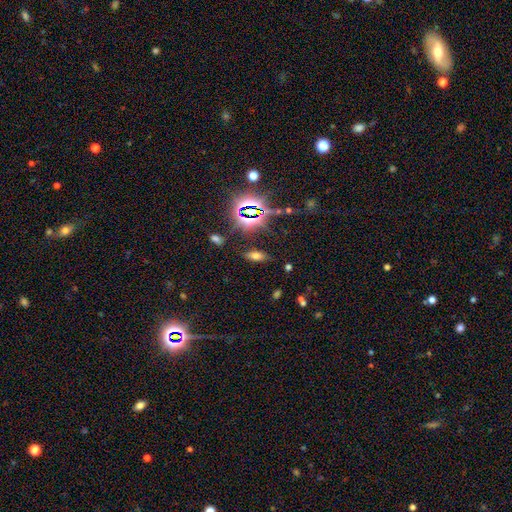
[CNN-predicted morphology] type=smooth (54%); roundness=in between (75%); merging=none (83%).